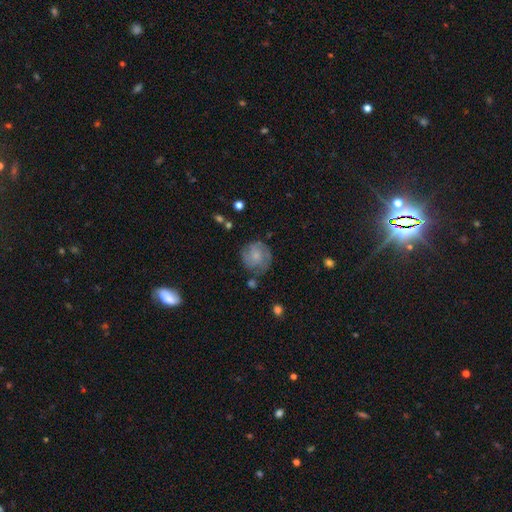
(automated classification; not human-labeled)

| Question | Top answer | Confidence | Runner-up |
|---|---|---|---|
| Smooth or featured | smooth | 49% | featured or disk (43%) |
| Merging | none | 64% | minor disturbance (22%) |